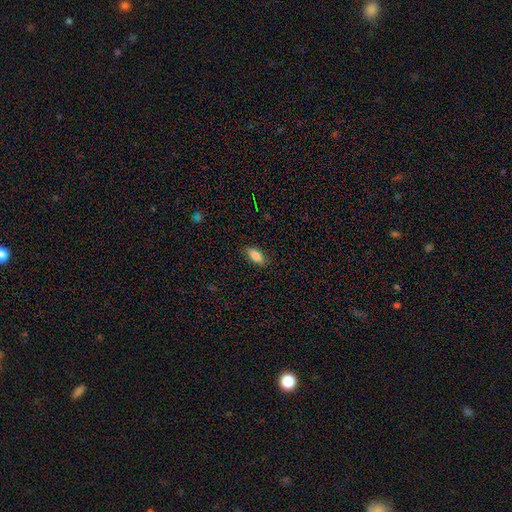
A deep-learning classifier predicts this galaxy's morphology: smooth-or-featured: smooth: 83% | featured or disk: 9% | star or artifact: 8%
  how-rounded: in between: 86% | cigar-shaped: 11% | round: 3%
  merging: none: 85% | minor disturbance: 12% | major disturbance: 2% | merger: 1%